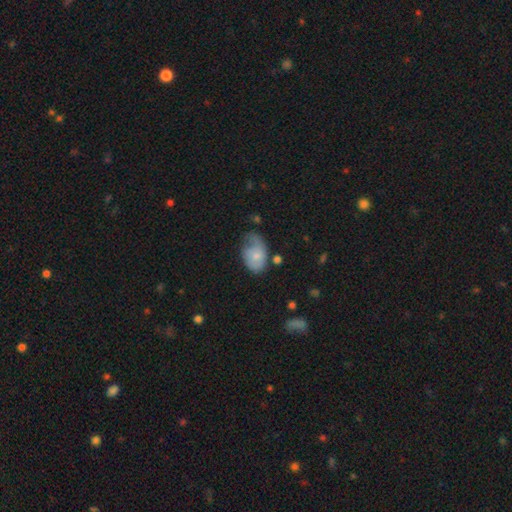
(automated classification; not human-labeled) This is possibly a smooth galaxy (58%). How rounded: clearly in between (82%). Merging: marginally minor disturbance (37%).